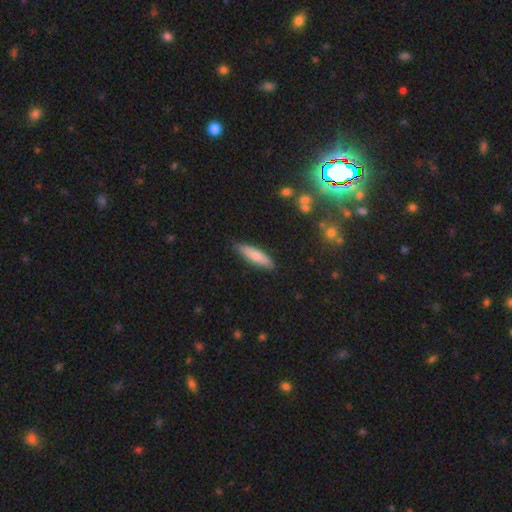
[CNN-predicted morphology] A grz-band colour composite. It shows a smooth galaxy with no disk features (73%) that is cigar-shaped (70%). Merging: none (84%).